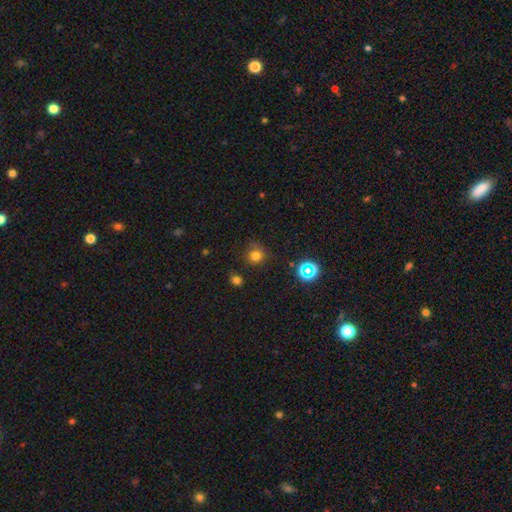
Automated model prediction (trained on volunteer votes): This appears to be a smooth galaxy with no disk features (75%) that is round (89%). Merging: none (74%).